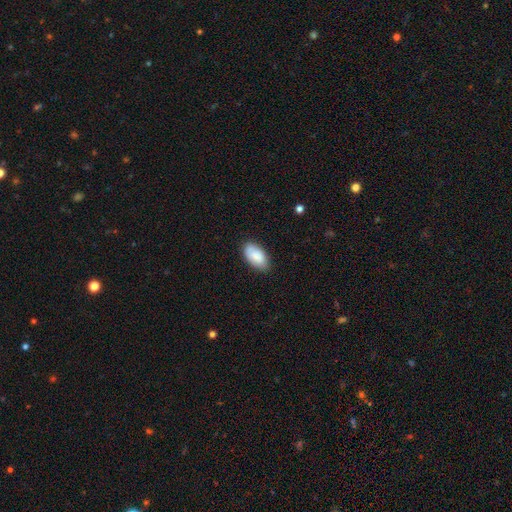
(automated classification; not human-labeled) smooth-or-featured: smooth: 85% | featured or disk: 9% | star or artifact: 6%
  how-rounded: in between: 95% | round: 3% | cigar-shaped: 2%
  merging: none: 80% | minor disturbance: 16% | major disturbance: 3% | merger: 1%